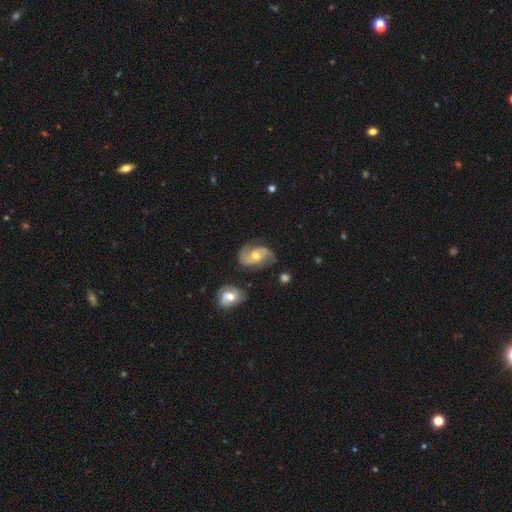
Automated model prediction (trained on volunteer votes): This is clearly a featured or disk galaxy (81%). It is clearly not viewed edge-on (97%). Bar: likely no (67%). Spiral arm pattern: clearly yes (94%). Spiral arm count: likely 2 (77%). Spiral winding: possibly medium (47%). Central bulge: likely moderate (69%). Merging: likely none (64%).